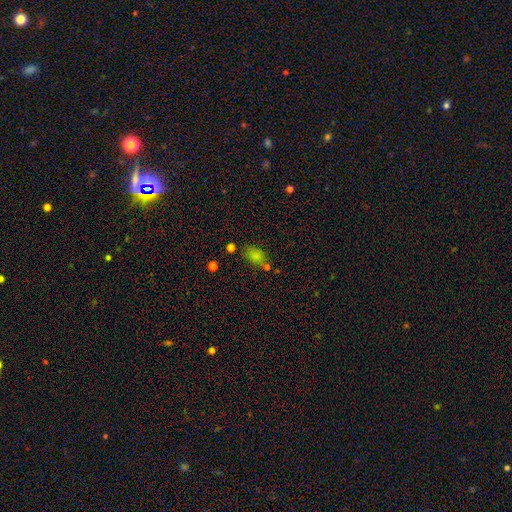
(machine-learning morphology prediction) Smooth or featured? Predicted: smooth (p=0.76). How rounded? Predicted: in between (p=0.80). Merging? Predicted: none (p=0.65).